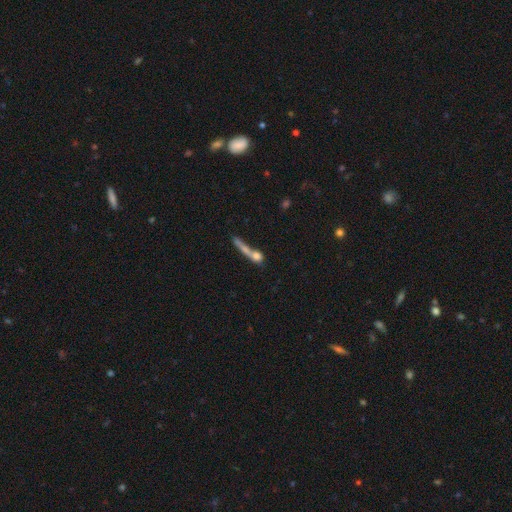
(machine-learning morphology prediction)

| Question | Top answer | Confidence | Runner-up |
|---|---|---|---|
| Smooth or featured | smooth | 58% | featured or disk (30%) |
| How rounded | cigar-shaped | 60% | in between (20%) |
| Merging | merger | 39% | none (30%) |